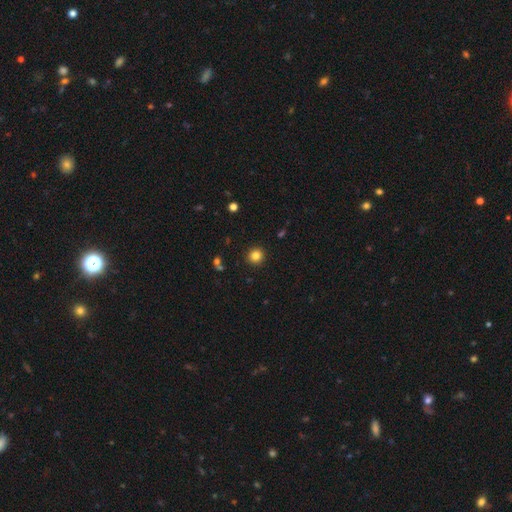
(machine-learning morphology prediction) Smooth or featured?
  - smooth: 83% *
  - star or artifact: 12%
  - featured or disk: 5%
How rounded?
  - round: 92% *
  - in between: 7%
  - cigar-shaped: 1%
Merging?
  - none: 92% *
  - minor disturbance: 5%
  - major disturbance: 2%
  - merger: 1%